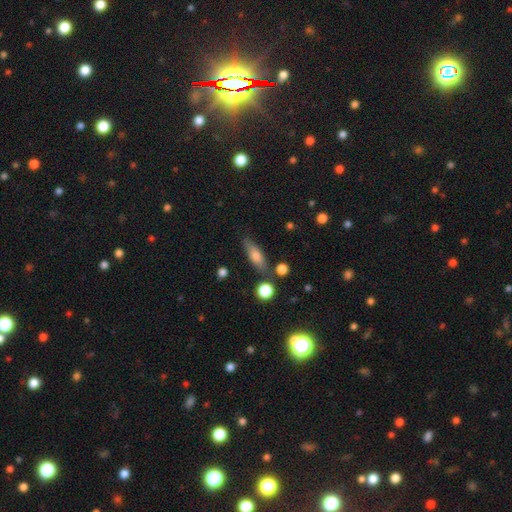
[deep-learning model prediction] smooth 62%, featured or disk 27%, star or artifact 11%. Down the decision tree: how rounded — cigar-shaped (48%); merging — none (79%).